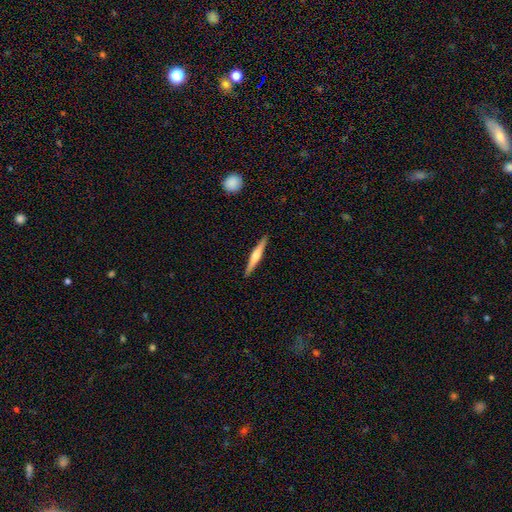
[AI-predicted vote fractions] A featured or disk galaxy (54%) viewed edge-on (98%) with a rounded central bulge (69%). Merging: none (91%).